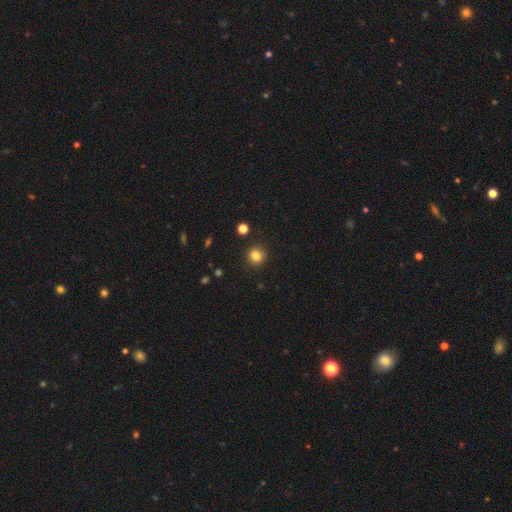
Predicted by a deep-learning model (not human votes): smooth 82%, star or artifact 13%, featured or disk 5%. Down the decision tree: how rounded — round (85%); merging — none (88%).